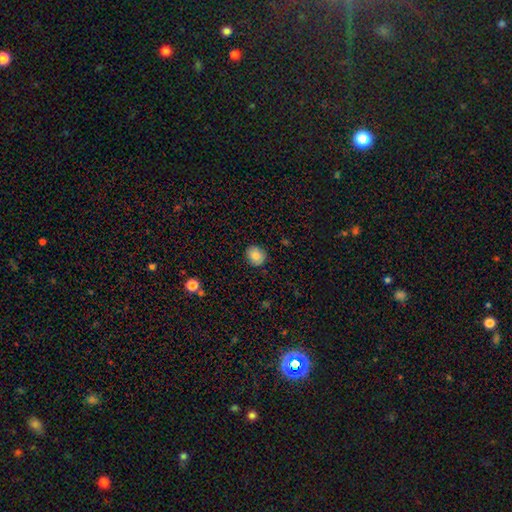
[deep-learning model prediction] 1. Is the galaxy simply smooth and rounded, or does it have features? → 83% smooth, 9% star or artifact, 8% featured or disk.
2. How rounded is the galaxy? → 73% round, 26% in between, 1% cigar-shaped.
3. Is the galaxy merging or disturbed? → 85% none, 12% minor disturbance, 2% major disturbance, 1% merger.